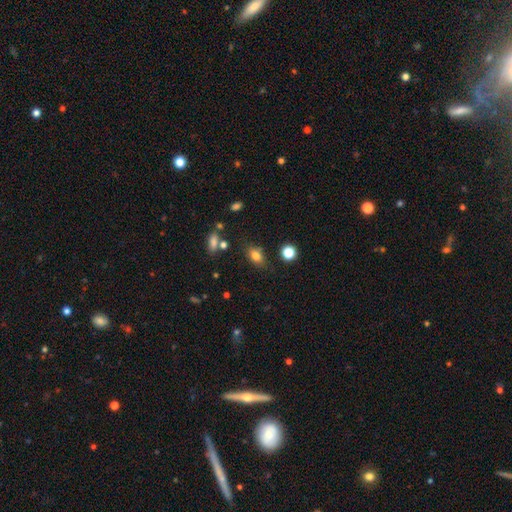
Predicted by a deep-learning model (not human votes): The model was most divided on "how rounded": in between: 76%, round: 22%, cigar-shaped: 3%. More confident: smooth or featured — smooth (80%); merging — none (72%).